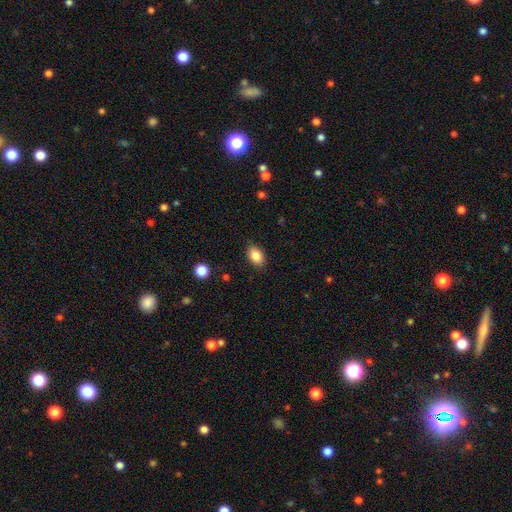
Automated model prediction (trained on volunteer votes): smooth-or-featured: smooth: 86% | star or artifact: 8% | featured or disk: 6%
  how-rounded: in between: 86% | round: 13% | cigar-shaped: 1%
  merging: none: 86% | minor disturbance: 11% | major disturbance: 2% | merger: 1%